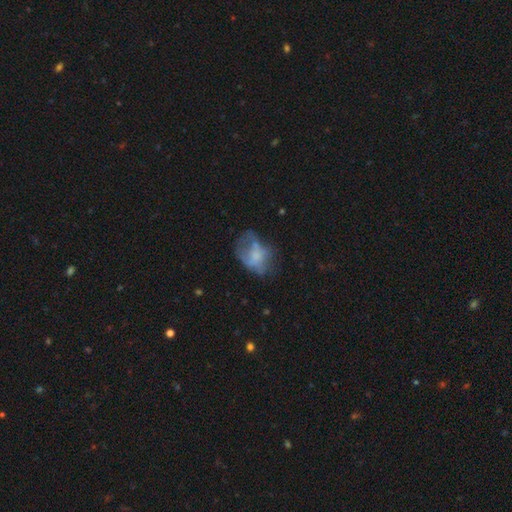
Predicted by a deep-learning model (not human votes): smooth_or_featured: smooth (p=0.50) [alt: featured or disk p=0.39]
how_rounded: in between (p=0.72) [alt: round p=0.26]
merging: major disturbance (p=0.38) [alt: none p=0.29]